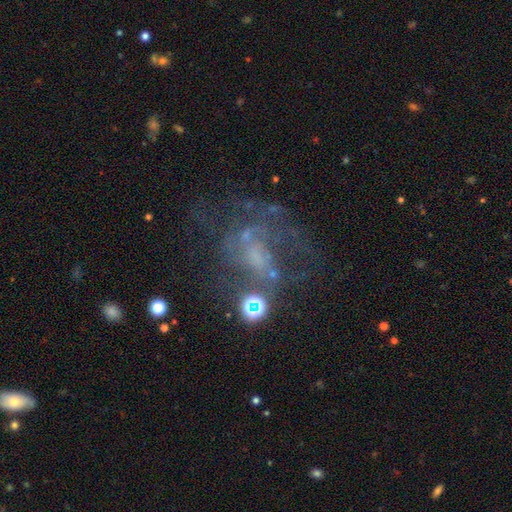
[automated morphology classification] Q: Smooth or featured?
A: featured or disk (58%); runner-up: star or artifact (24%)
Q: Edge-on disk?
A: no (97%); runner-up: yes (3%)
Q: Bar?
A: no (74%); runner-up: weak (21%)
Q: Spiral arms?
A: no (54%); runner-up: yes (46%)
Q: Bulge size?
A: none (53%); runner-up: small (28%)
Q: Merging?
A: none (41%); runner-up: major disturbance (33%)